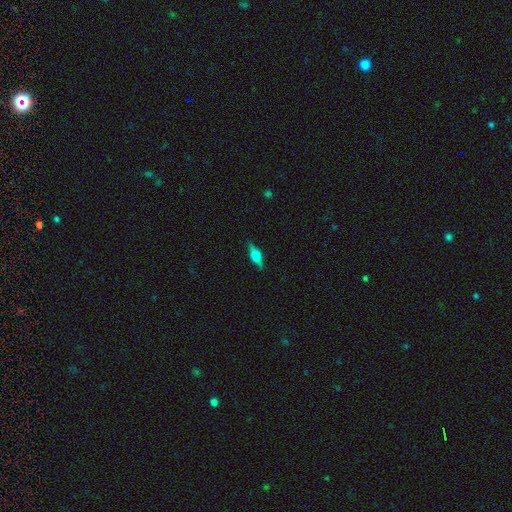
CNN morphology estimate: smooth-or-featured: featured or disk: 63% | smooth: 29% | star or artifact: 8%
  disk-edge-on: yes: 96% | no: 4%
    edge-on-bulge: rounded: 89% | boxy: 9% | none: 2%
  merging: none: 87% | minor disturbance: 10% | major disturbance: 2% | merger: 1%